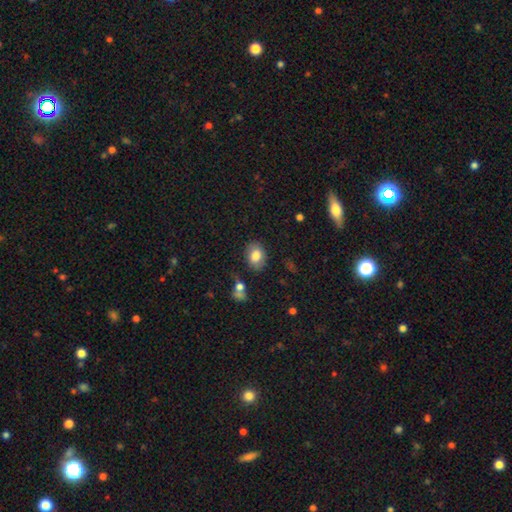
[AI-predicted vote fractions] smooth_or_featured: smooth (p=0.81) [alt: featured or disk p=0.11]
how_rounded: in between (p=0.74) [alt: round p=0.24]
merging: none (p=0.81) [alt: minor disturbance p=0.12]